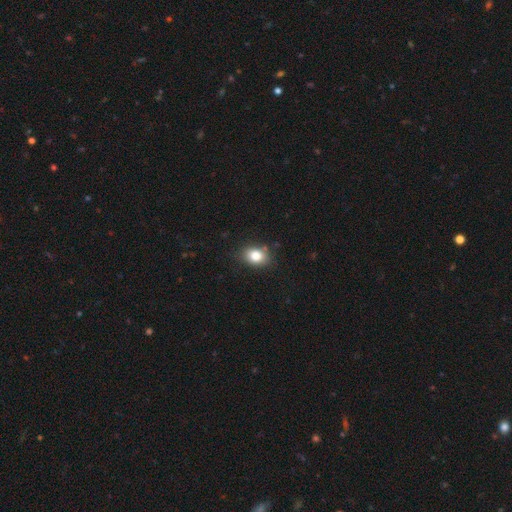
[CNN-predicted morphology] Overall: smooth (83%). How rounded: in between (65%; round 34%). Merging: none (79%).